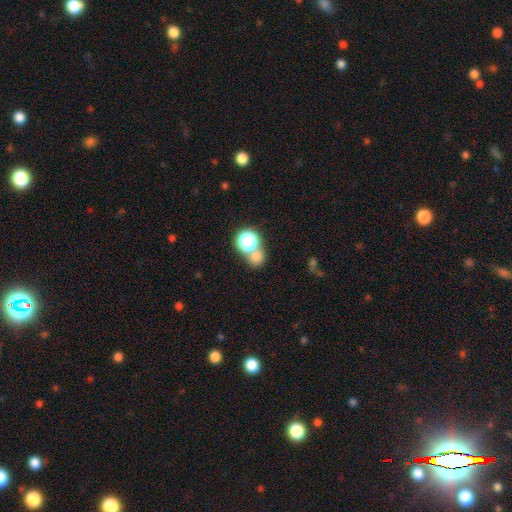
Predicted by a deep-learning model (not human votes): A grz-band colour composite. It shows a smooth galaxy with no disk features (66%) that is round (78%). Merging: none (51%).